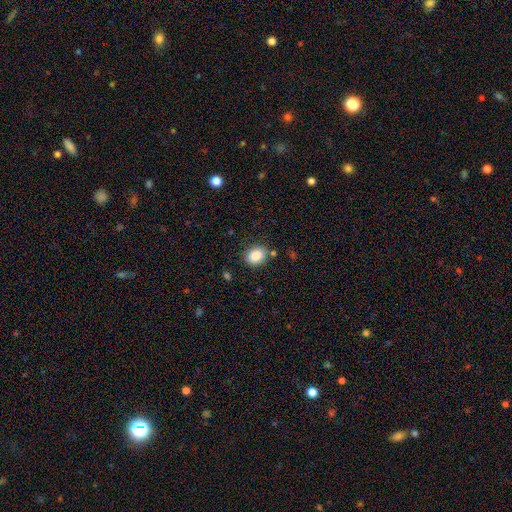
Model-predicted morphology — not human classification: Smooth or featured: smooth — 86% (star or artifact — 9%)
How rounded: in between — 53% (round — 46%)
Merging: none — 82% (minor disturbance — 11%)